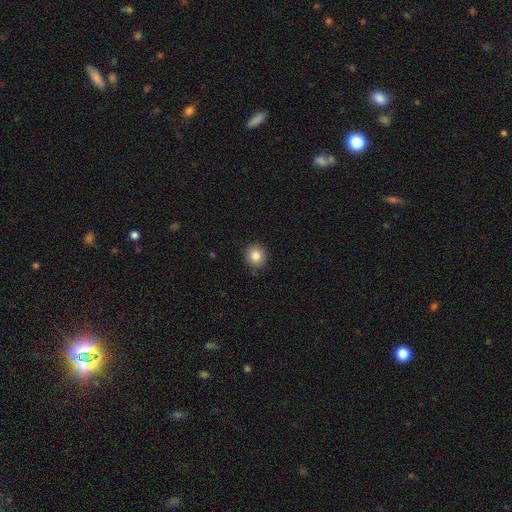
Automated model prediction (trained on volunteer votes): Smooth or featured?
  - smooth: 84% *
  - star or artifact: 10%
  - featured or disk: 6%
How rounded?
  - round: 88% *
  - in between: 11%
  - cigar-shaped: 1%
Merging?
  - none: 88% *
  - minor disturbance: 9%
  - major disturbance: 2%
  - merger: 1%